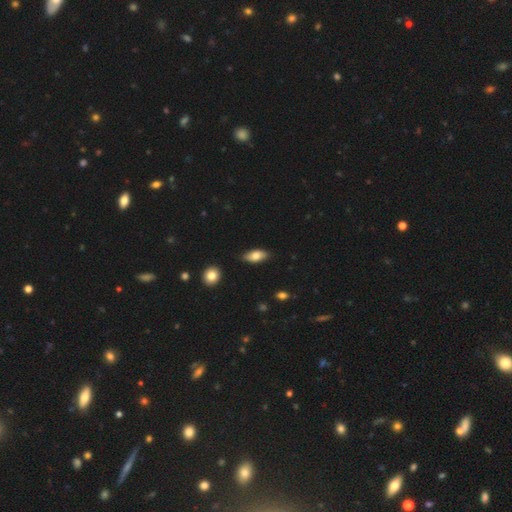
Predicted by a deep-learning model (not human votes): Smooth or featured? Predicted: smooth (p=0.78). How rounded? Predicted: in between (p=0.87). Merging? Predicted: none (p=0.83).